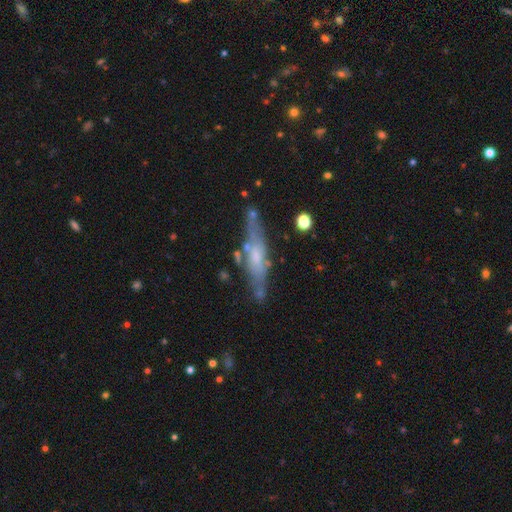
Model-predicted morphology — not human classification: Q: Smooth or featured?
A: featured or disk (60%); runner-up: smooth (32%)
Q: Edge-on disk?
A: yes (71%); runner-up: no (29%)
Q: Merging?
A: none (68%); runner-up: minor disturbance (19%)